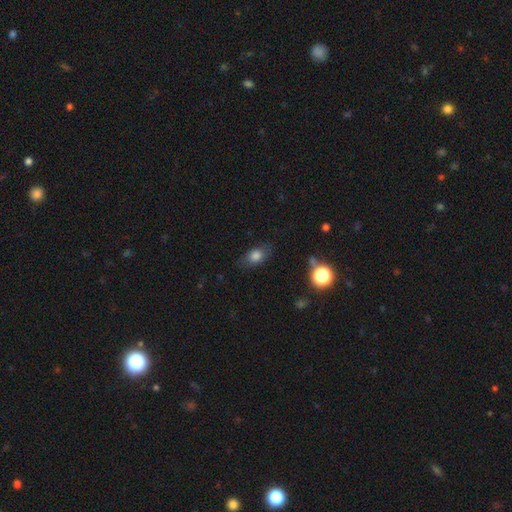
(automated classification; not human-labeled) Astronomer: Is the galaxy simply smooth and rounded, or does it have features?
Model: smooth — 76%.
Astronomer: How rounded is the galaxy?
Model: in between — 80%.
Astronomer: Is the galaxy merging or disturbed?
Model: none — 77%.